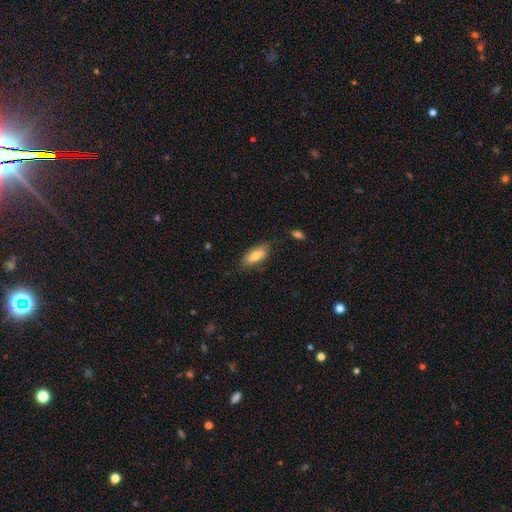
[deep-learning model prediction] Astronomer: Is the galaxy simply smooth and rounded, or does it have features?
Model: smooth — 74%.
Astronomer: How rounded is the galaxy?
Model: in between — 79%.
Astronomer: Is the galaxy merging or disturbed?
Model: none — 77%.